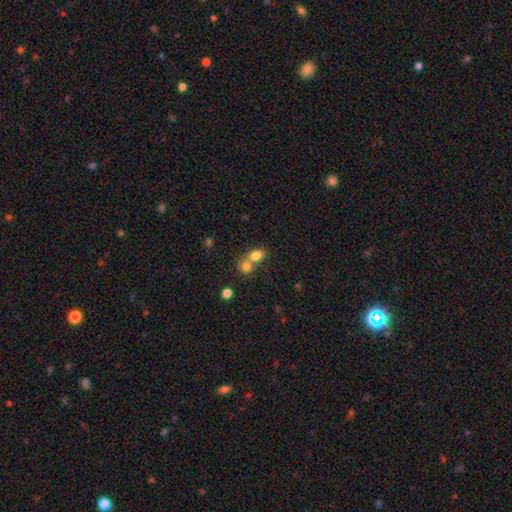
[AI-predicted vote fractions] This appears to be a smooth galaxy with no disk features (79%) that is in between round and cigar-shaped (53%). Merging: merger (61%).